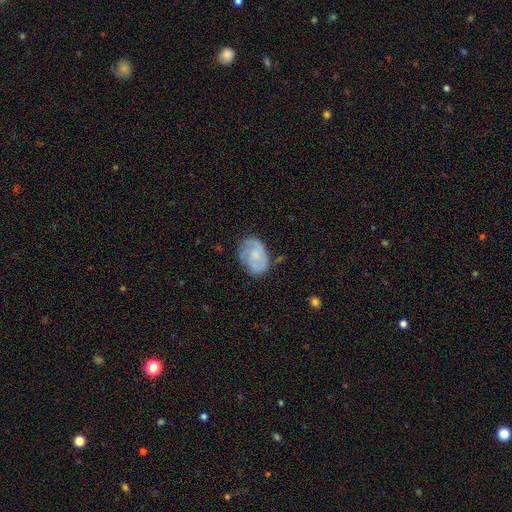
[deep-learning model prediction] Morphology: type=featured or disk (57%); edge-on=no (97%); bar=no (74%); spiral arms=yes (81%); bulge=small (46%); merging=none (64%).